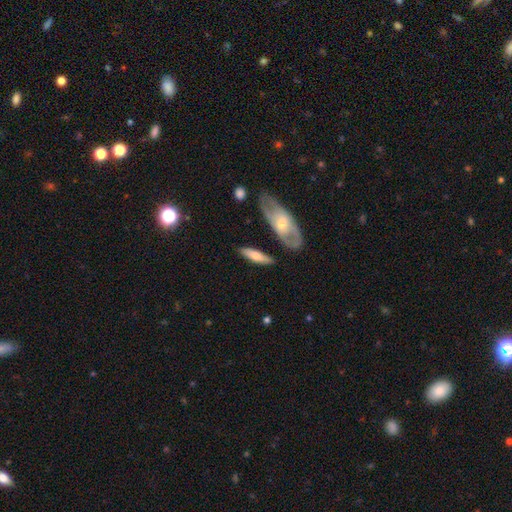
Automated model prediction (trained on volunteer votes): smooth 58%, featured or disk 37%, star or artifact 5%. Down the decision tree: how rounded — cigar-shaped (62%); merging — none (78%).